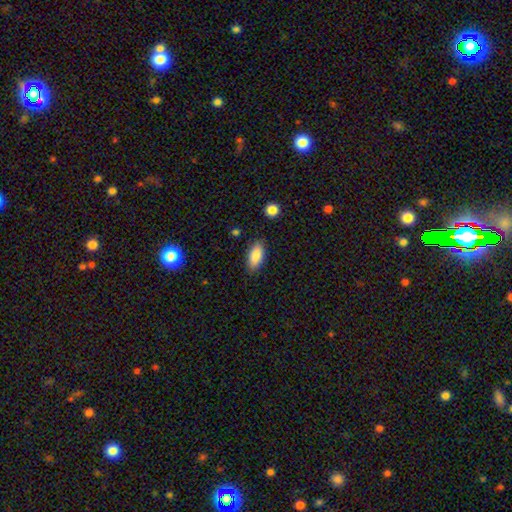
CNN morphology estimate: This is clearly a smooth galaxy (87%). How rounded: clearly in between (88%). Merging: clearly none (85%).